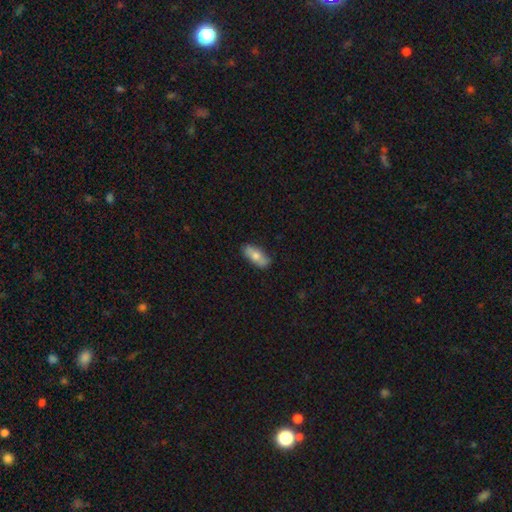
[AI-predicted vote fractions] Smooth or featured: smooth — 68% (featured or disk — 25%)
How rounded: in between — 79% (cigar-shaped — 18%)
Merging: none — 82% (minor disturbance — 14%)